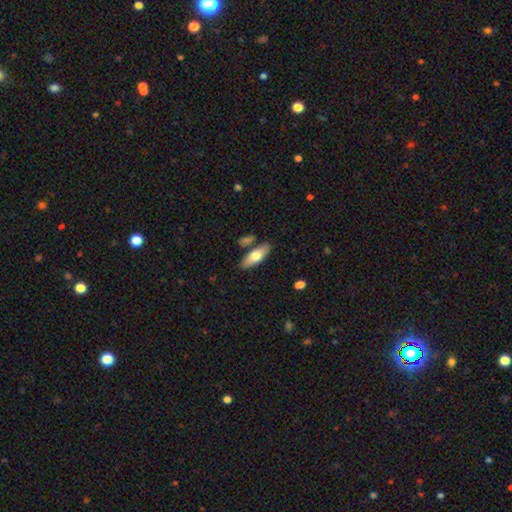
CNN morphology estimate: Overall: smooth (67%; featured or disk 28%). How rounded: in between (68%; cigar-shaped 29%). Merging: none (79%).